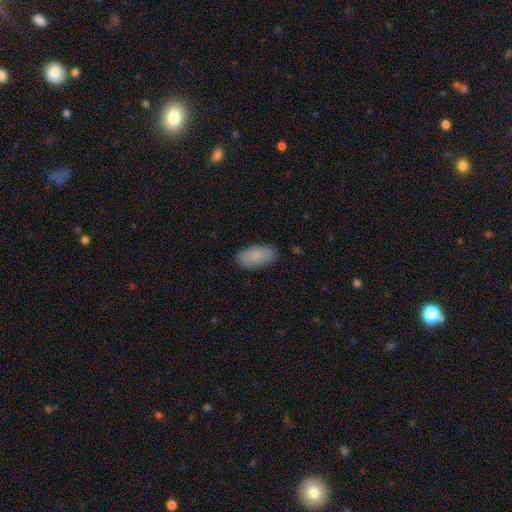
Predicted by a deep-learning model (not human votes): Smooth or featured? Predicted: smooth (p=0.85). How rounded? Predicted: in between (p=0.94). Merging? Predicted: none (p=0.86).